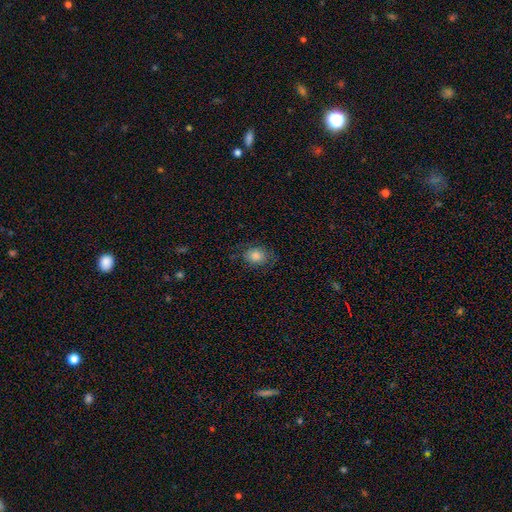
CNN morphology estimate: Smooth or featured: smooth — 77% (featured or disk — 13%)
How rounded: in between — 63% (round — 36%)
Merging: none — 71% (minor disturbance — 20%)